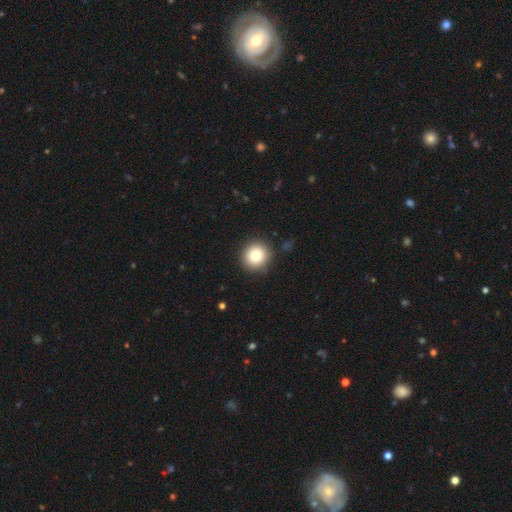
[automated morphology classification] smooth-or-featured: smooth: 82% | star or artifact: 10% | featured or disk: 8%
  how-rounded: round: 90% | in between: 9% | cigar-shaped: 1%
  merging: none: 89% | minor disturbance: 7% | major disturbance: 2% | merger: 1%